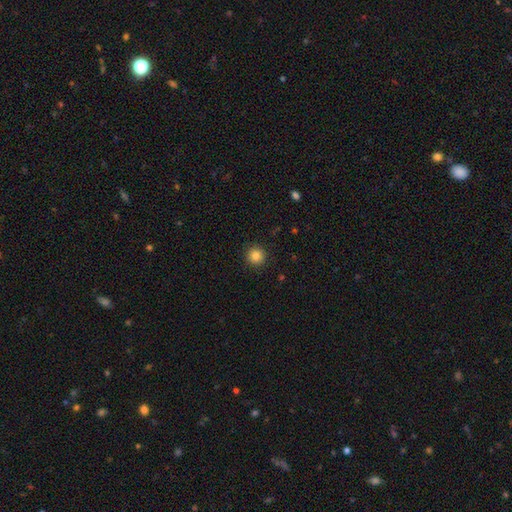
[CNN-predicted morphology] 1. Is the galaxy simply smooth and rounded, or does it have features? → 84% smooth, 11% star or artifact, 5% featured or disk.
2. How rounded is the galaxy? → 95% round, 4% in between, 1% cigar-shaped.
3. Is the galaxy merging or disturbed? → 92% none, 5% minor disturbance, 2% major disturbance, 1% merger.